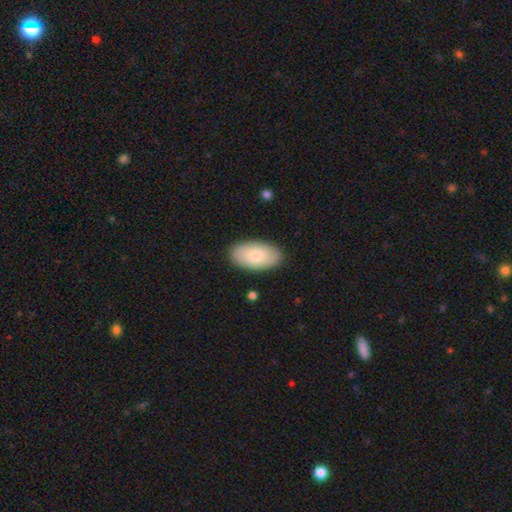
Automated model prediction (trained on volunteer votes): Q: Smooth or featured?
A: smooth (80%); runner-up: featured or disk (15%)
Q: How rounded?
A: in between (95%); runner-up: round (3%)
Q: Merging?
A: none (87%); runner-up: minor disturbance (9%)